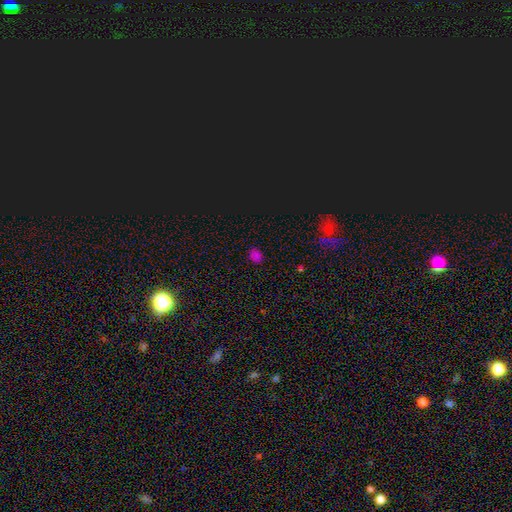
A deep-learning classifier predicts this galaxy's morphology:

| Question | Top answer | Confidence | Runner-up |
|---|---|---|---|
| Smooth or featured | smooth | 71% | star or artifact (25%) |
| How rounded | in between | 50% | round (48%) |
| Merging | none | 86% | minor disturbance (10%) |